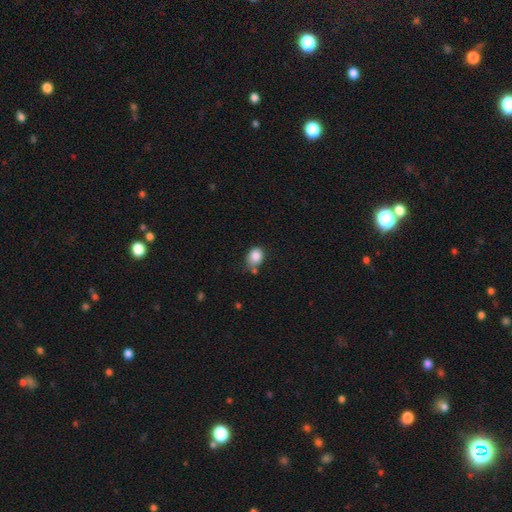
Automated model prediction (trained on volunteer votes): The model was most divided on "how rounded": in between: 52%, round: 47%, cigar-shaped: 1%. More confident: smooth or featured — smooth (86%); merging — none (60%).